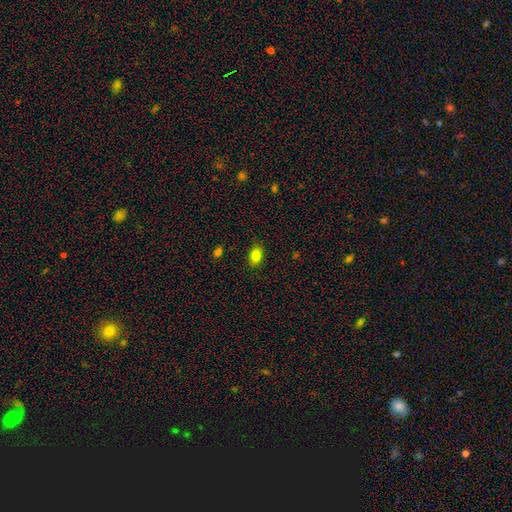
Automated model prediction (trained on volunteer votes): smooth-or-featured: smooth: 83% | star or artifact: 10% | featured or disk: 7%
  how-rounded: in between: 83% | round: 16% | cigar-shaped: 1%
  merging: none: 87% | minor disturbance: 10% | major disturbance: 2% | merger: 1%